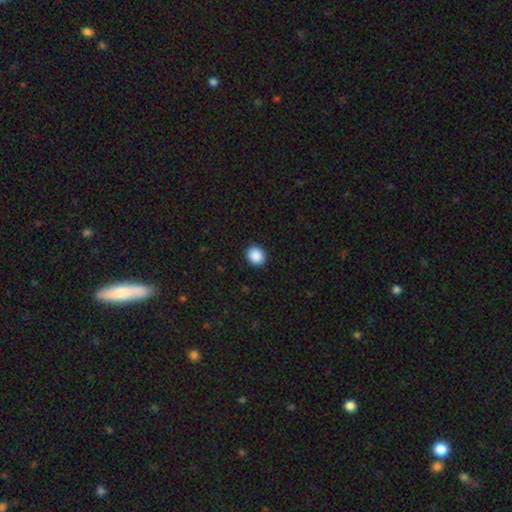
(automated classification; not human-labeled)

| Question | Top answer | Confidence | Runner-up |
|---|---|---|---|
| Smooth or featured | smooth | 90% | star or artifact (8%) |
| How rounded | round | 70% | in between (29%) |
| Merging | none | 92% | minor disturbance (6%) |